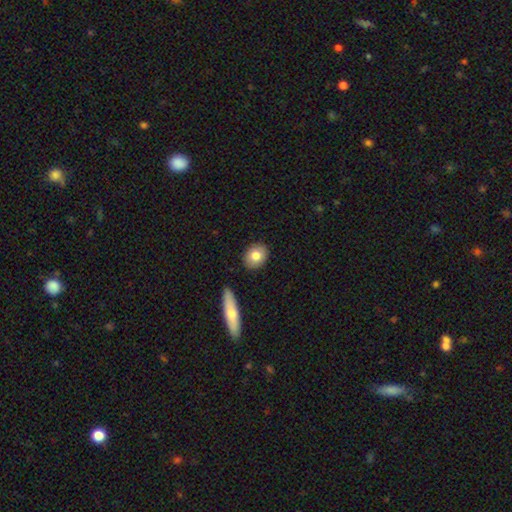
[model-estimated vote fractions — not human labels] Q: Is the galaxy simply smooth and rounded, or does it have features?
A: smooth — 80%.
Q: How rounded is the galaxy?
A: round — 50%.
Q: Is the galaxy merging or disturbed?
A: none — 87%.